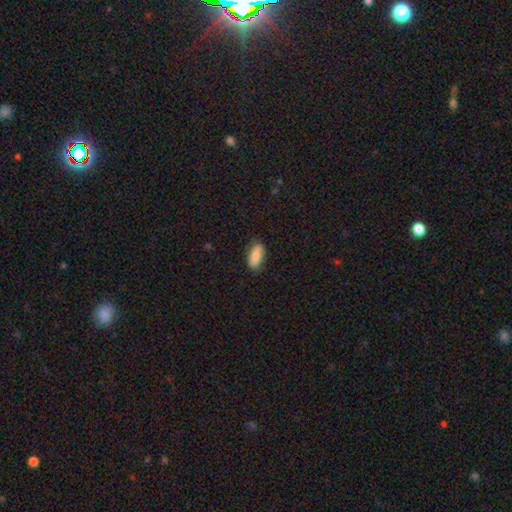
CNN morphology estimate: smooth_or_featured: smooth (p=0.75) [alt: featured or disk p=0.18]
how_rounded: in between (p=0.75) [alt: cigar-shaped p=0.22]
merging: none (p=0.78) [alt: minor disturbance p=0.17]